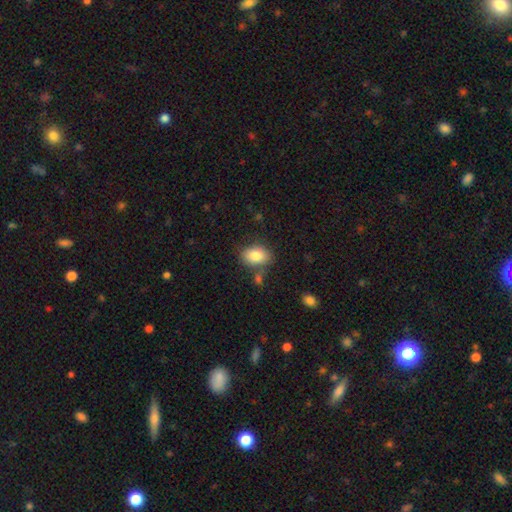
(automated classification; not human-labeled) A smooth galaxy with no disk features (84%) that is in between round and cigar-shaped (82%).

Vote fractions:
- Smooth or featured? smooth: 84% / featured or disk: 8% / star or artifact: 8%
- How rounded? in between: 82% / round: 17% / cigar-shaped: 1%
- Merging? none: 73% / minor disturbance: 15% / merger: 8% / major disturbance: 4%